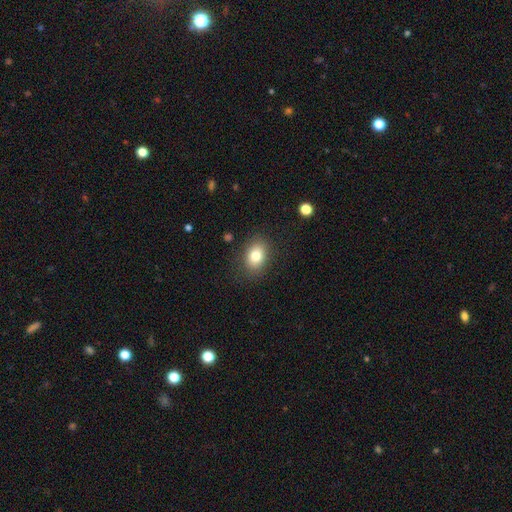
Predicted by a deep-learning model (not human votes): The model was most divided on "how rounded": in between: 71%, round: 28%, cigar-shaped: 1%. More confident: merging — none (85%); smooth or featured — smooth (80%).